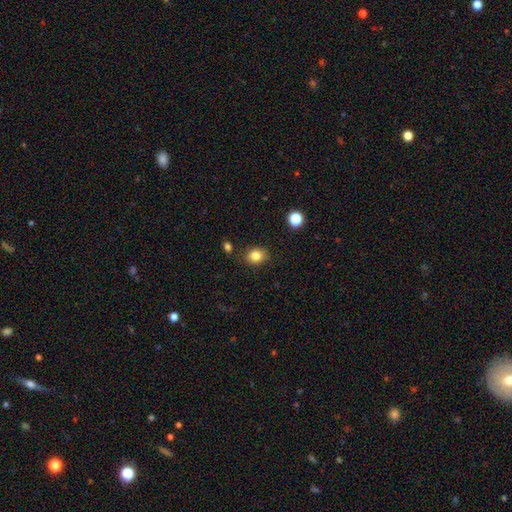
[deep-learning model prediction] A smooth galaxy with no disk features (83%) that is round (51%). Merging: none (85%).